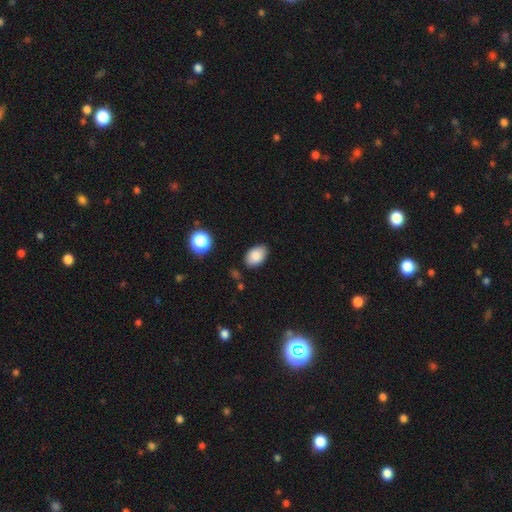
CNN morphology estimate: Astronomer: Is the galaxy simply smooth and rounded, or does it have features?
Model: smooth — 87%.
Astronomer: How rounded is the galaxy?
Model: in between — 87%.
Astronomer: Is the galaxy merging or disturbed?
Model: none — 82%.